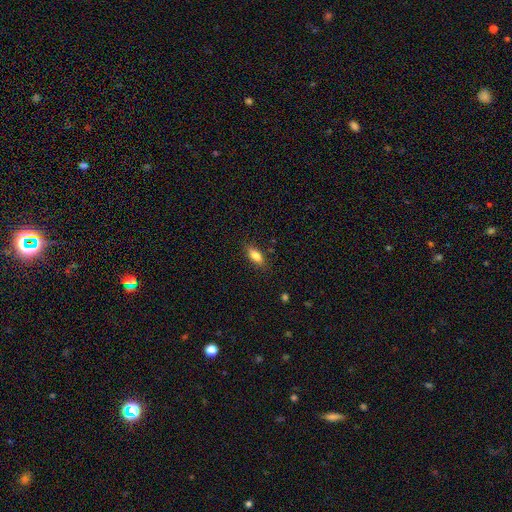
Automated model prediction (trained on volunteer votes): Smooth or featured? smooth (82%)
How rounded? in between (78%)
Merging? none (83%)